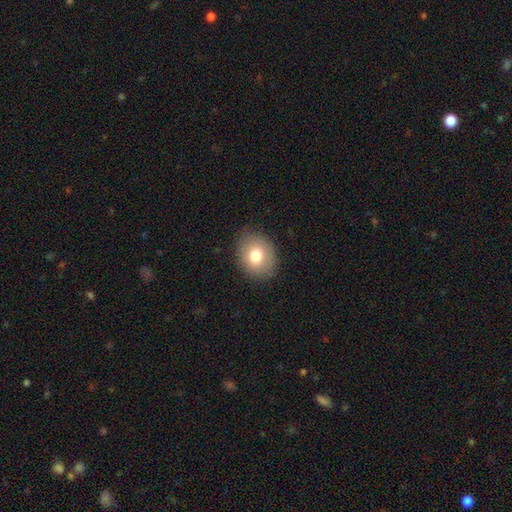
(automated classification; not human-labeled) Smooth or featured? Predicted: smooth (p=0.76). How rounded? Predicted: round (p=0.54). Merging? Predicted: none (p=0.84).